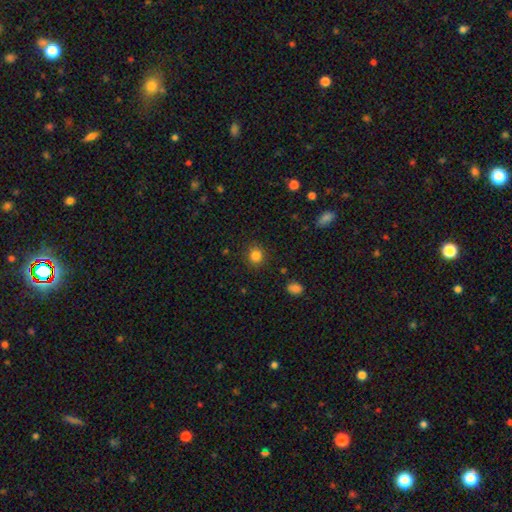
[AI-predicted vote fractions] Q: Smooth or featured?
A: smooth (84%); runner-up: star or artifact (12%)
Q: How rounded?
A: round (84%); runner-up: in between (15%)
Q: Merging?
A: none (88%); runner-up: minor disturbance (8%)